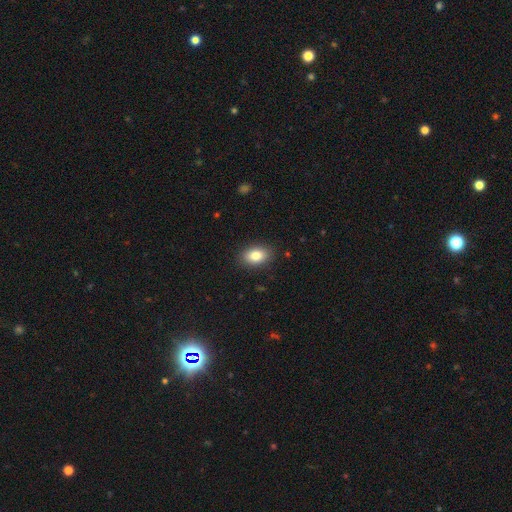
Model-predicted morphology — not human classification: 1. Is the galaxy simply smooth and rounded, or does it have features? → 83% smooth, 9% featured or disk, 8% star or artifact.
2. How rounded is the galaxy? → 85% in between, 14% round, 2% cigar-shaped.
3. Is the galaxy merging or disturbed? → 88% none, 8% minor disturbance, 2% major disturbance, 1% merger.